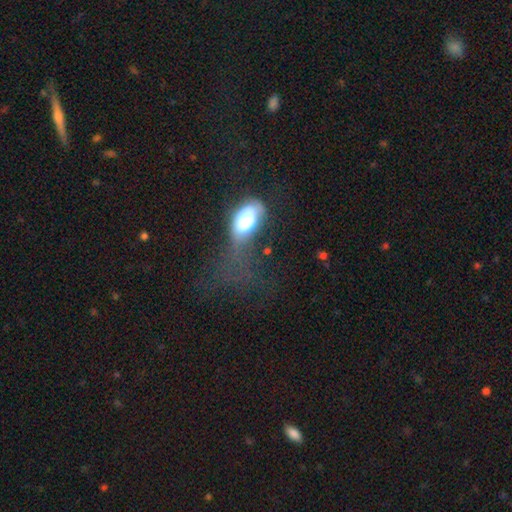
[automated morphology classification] A smooth galaxy with no disk features (44%). Merging: major disturbance (46%).